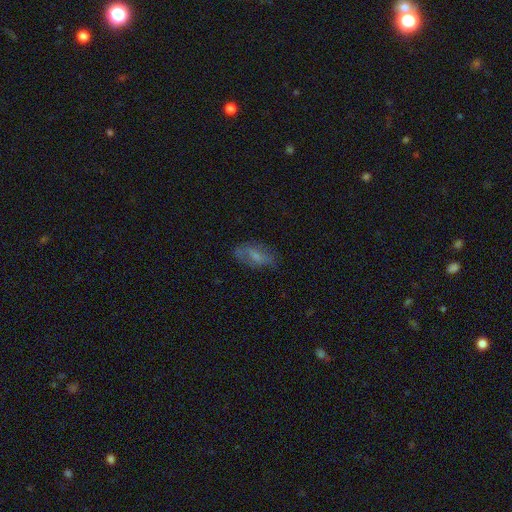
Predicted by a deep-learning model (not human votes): Smooth or featured: smooth — 54% (featured or disk — 36%)
How rounded: in between — 82% (cigar-shaped — 14%)
Merging: none — 64% (minor disturbance — 24%)